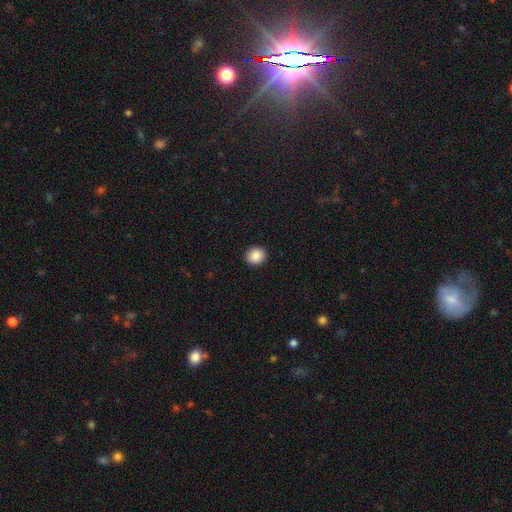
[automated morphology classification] The model was most divided on "how rounded": round: 76%, in between: 23%, cigar-shaped: 1%. More confident: merging — none (92%); smooth or featured — smooth (88%).